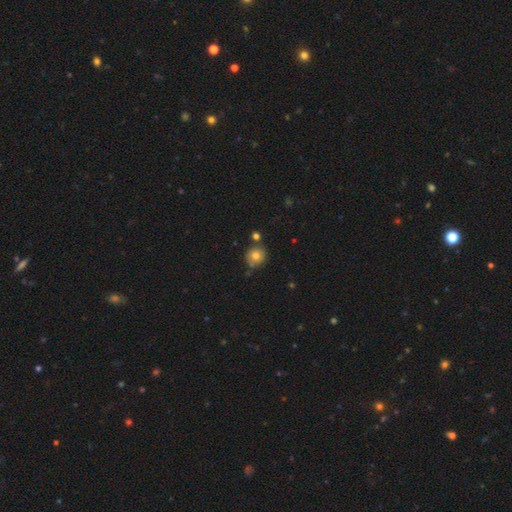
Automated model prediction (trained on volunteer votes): smooth_or_featured: smooth (p=0.74) [alt: featured or disk p=0.16]
how_rounded: round (p=0.86) [alt: in between p=0.13]
merging: none (p=0.70) [alt: minor disturbance p=0.16]